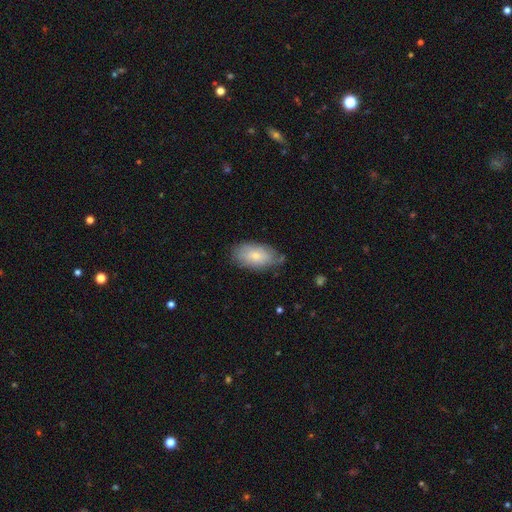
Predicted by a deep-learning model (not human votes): smooth-or-featured: smooth: 66% | featured or disk: 27% | star or artifact: 7%
  how-rounded: in between: 93% | round: 4% | cigar-shaped: 3%
  merging: none: 66% | minor disturbance: 27% | major disturbance: 6% | merger: 2%